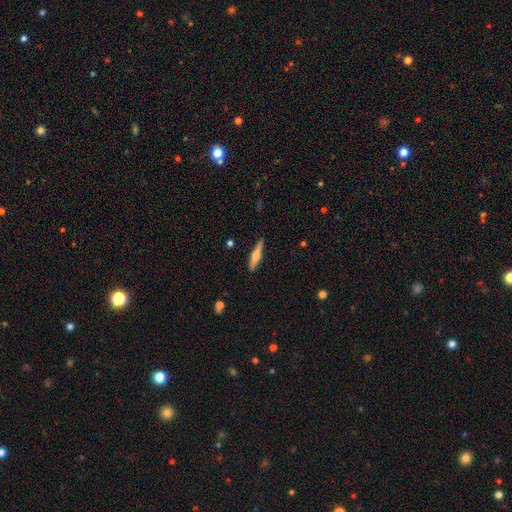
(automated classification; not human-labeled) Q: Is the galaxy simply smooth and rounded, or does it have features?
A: featured or disk — 55%.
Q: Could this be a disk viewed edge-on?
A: yes — 96%.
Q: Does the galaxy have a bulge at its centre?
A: rounded — 91%.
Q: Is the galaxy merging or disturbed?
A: none — 90%.